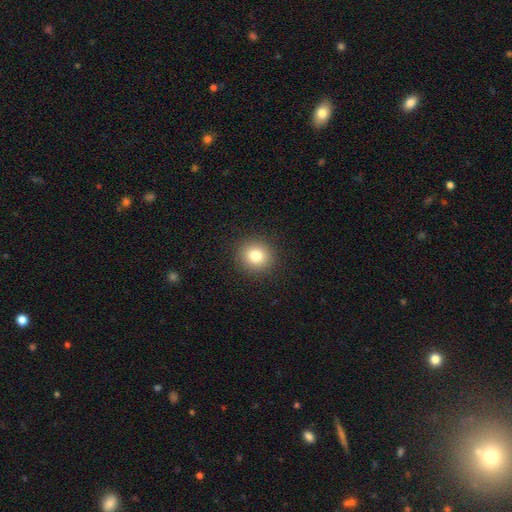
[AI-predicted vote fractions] A smooth galaxy with no disk features (81%) that is round (90%).

Vote fractions:
- Smooth or featured? smooth: 81% / star or artifact: 11% / featured or disk: 8%
- How rounded? round: 90% / in between: 9% / cigar-shaped: 1%
- Merging? none: 91% / minor disturbance: 6% / major disturbance: 2% / merger: 1%